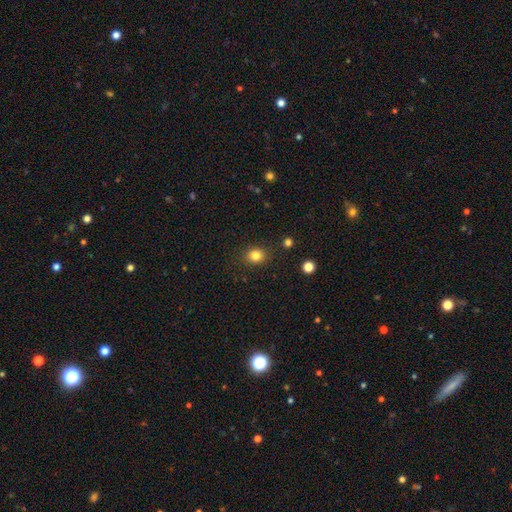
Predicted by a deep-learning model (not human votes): The model was most divided on "how rounded": round: 67%, in between: 33%, cigar-shaped: 1%. More confident: merging — none (87%); smooth or featured — smooth (82%).